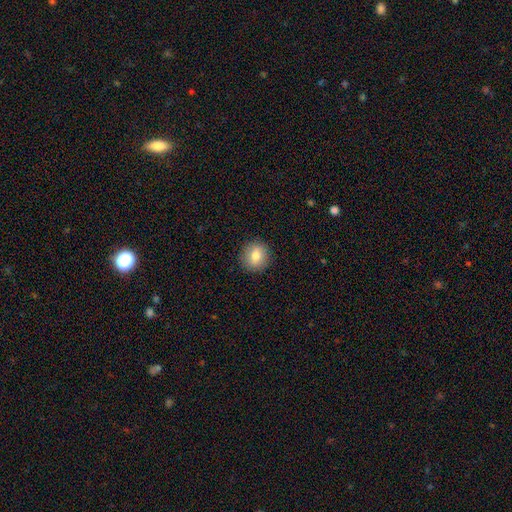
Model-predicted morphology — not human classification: smooth 78%, featured or disk 13%, star or artifact 9%. Down the decision tree: how rounded — round (87%); merging — none (91%).